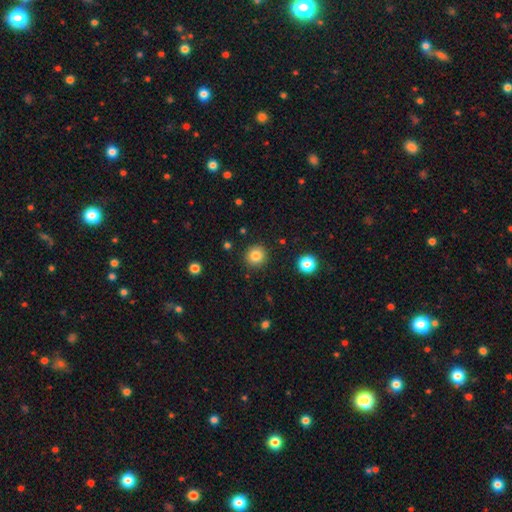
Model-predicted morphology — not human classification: smooth-or-featured: smooth: 83% | star or artifact: 11% | featured or disk: 6%
  how-rounded: round: 93% | in between: 6% | cigar-shaped: 1%
  merging: none: 90% | minor disturbance: 6% | major disturbance: 2% | merger: 2%